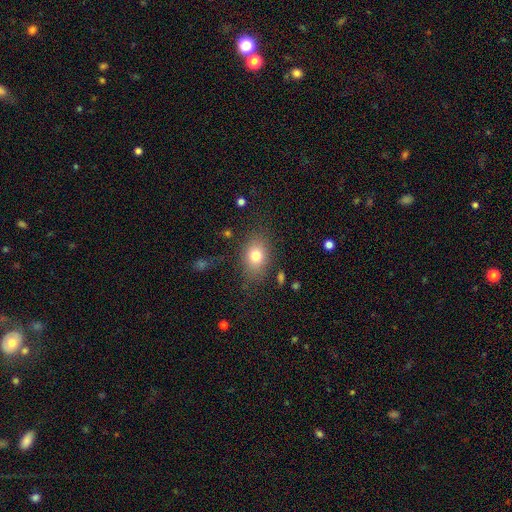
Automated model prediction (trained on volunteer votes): Q: Smooth or featured?
A: smooth (77%); runner-up: featured or disk (12%)
Q: How rounded?
A: in between (66%); runner-up: round (33%)
Q: Merging?
A: none (76%); runner-up: minor disturbance (15%)